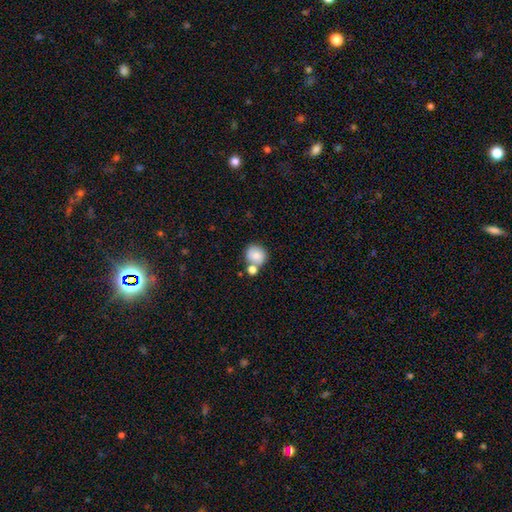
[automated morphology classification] This is likely a smooth galaxy (80%). How rounded: clearly round (82%). Merging: possibly none (52%).